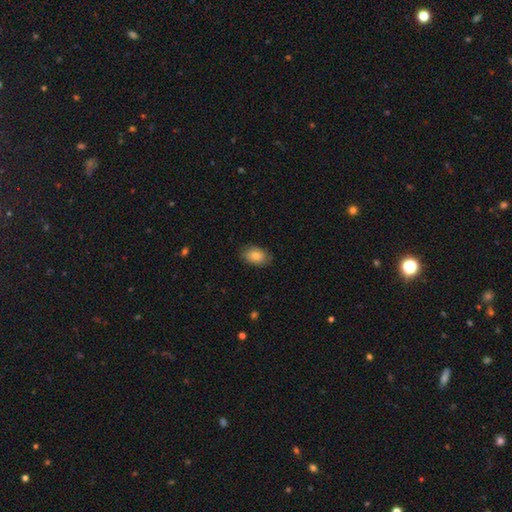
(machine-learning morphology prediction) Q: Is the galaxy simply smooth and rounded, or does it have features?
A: smooth — 81%.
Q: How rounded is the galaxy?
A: in between — 86%.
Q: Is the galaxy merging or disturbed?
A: none — 80%.